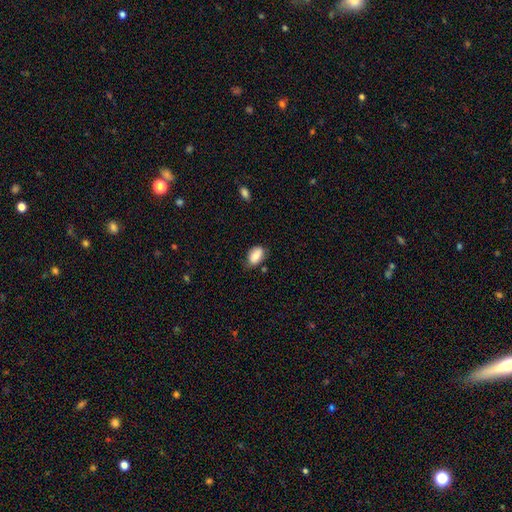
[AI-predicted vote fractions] A smooth galaxy with no disk features (83%) that is in between round and cigar-shaped (91%). Merging: none (64%).